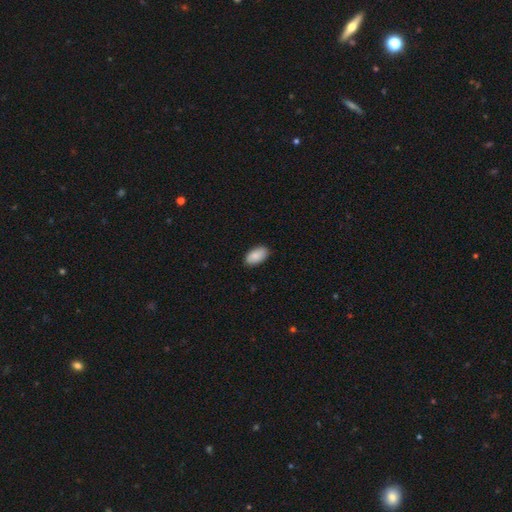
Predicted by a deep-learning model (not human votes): smooth 85%, featured or disk 9%, star or artifact 6%. Down the decision tree: how rounded — in between (95%); merging — none (86%).